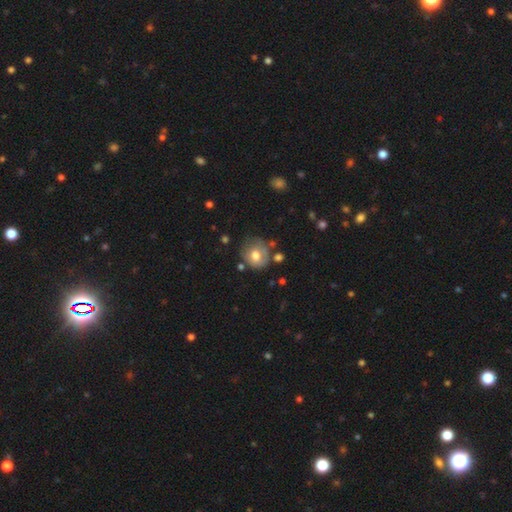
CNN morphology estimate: type=smooth (67%); roundness=round (76%); merging=none (59%).